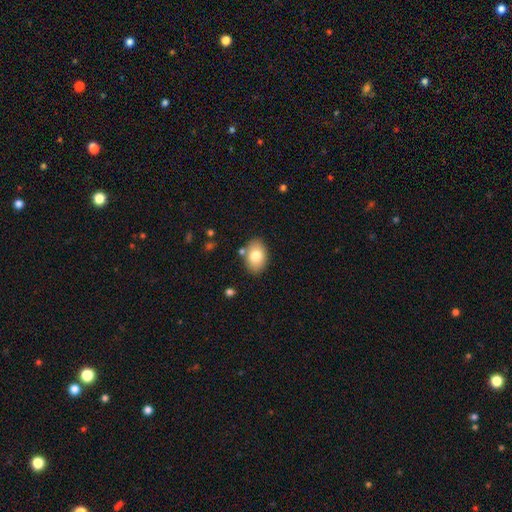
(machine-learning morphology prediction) The model was most divided on "smooth or featured": smooth: 78%, featured or disk: 15%, star or artifact: 8%. More confident: how rounded — in between (85%); merging — none (82%).